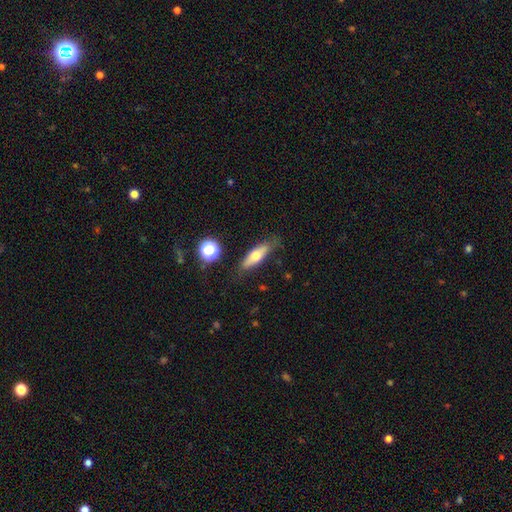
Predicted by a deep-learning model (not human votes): Morphology: type=smooth (57%); roundness=cigar-shaped (50%); merging=none (76%).